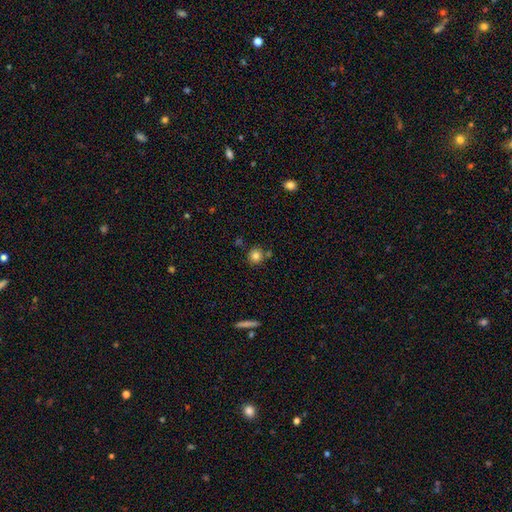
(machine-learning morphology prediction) A smooth galaxy with no disk features (82%) that is round (90%). Merging: none (78%).